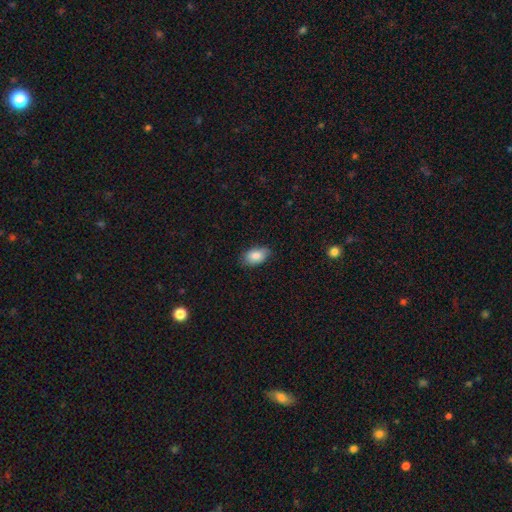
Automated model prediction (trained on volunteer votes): smooth 84%, featured or disk 8%, star or artifact 7%. Down the decision tree: how rounded — in between (91%); merging — none (78%).